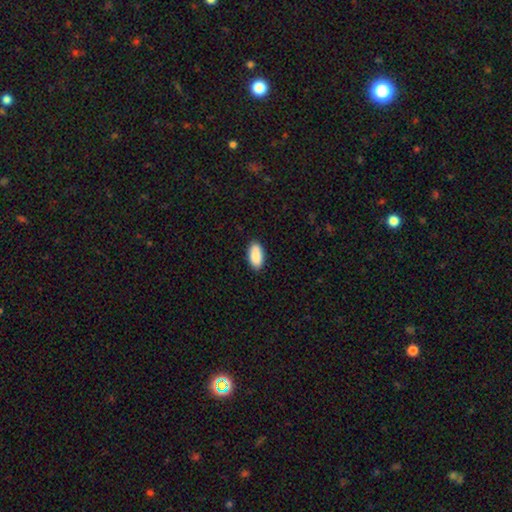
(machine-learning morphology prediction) A smooth galaxy with no disk features (90%) that is in between round and cigar-shaped (93%).

Vote fractions:
- Smooth or featured? smooth: 90% / star or artifact: 6% / featured or disk: 3%
- How rounded? in between: 93% / cigar-shaped: 5% / round: 2%
- Merging? none: 89% / minor disturbance: 8% / major disturbance: 2% / merger: 1%